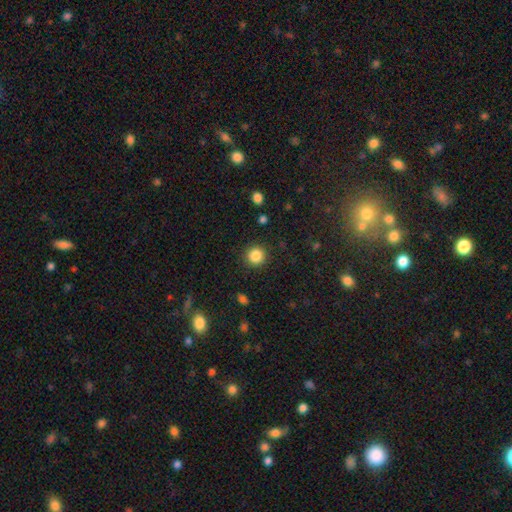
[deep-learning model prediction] A smooth galaxy with no disk features (85%) that is round (94%). Merging: none (91%).